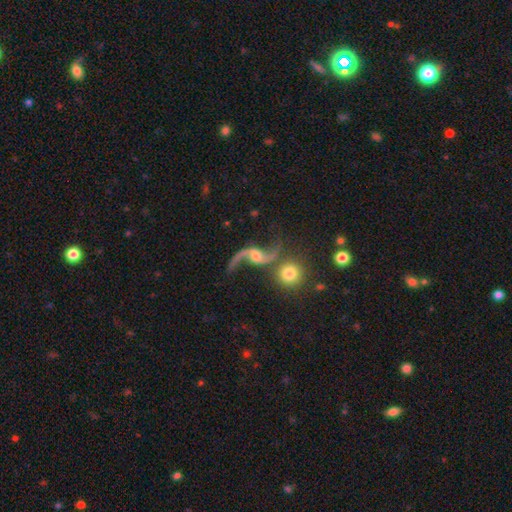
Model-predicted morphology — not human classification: Q: Smooth or featured?
A: featured or disk (90%); runner-up: star or artifact (5%)
Q: Edge-on disk?
A: no (96%); runner-up: yes (4%)
Q: Bar?
A: no (52%); runner-up: weak (36%)
Q: Spiral arms?
A: yes (97%); runner-up: no (3%)
Q: Spiral winding?
A: loose (93%); runner-up: medium (5%)
Q: Spiral arm count?
A: 2 (94%); runner-up: 1 (2%)
Q: Bulge size?
A: moderate (54%); runner-up: small (27%)
Q: Merging?
A: none (64%); runner-up: minor disturbance (13%)